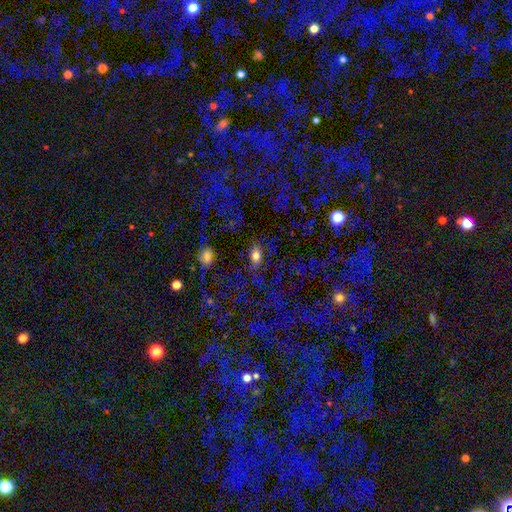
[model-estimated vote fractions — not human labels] Smooth or featured? smooth (51%)
How rounded? in between (65%)
Merging? none (70%)